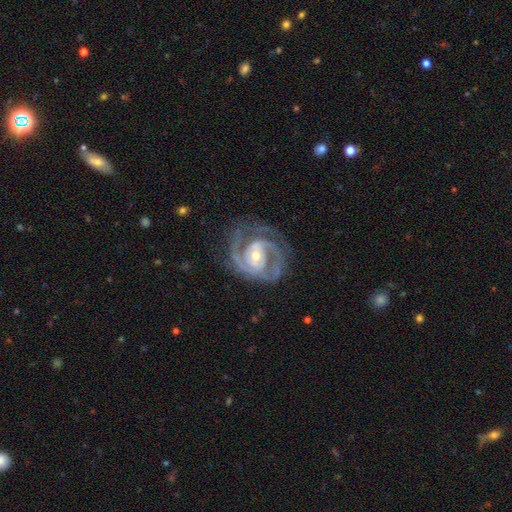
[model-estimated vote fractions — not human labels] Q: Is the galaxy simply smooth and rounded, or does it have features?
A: featured or disk — 92%.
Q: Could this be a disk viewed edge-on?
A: no — 98%.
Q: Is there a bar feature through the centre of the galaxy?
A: no — 51%.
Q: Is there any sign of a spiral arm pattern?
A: yes — 98%.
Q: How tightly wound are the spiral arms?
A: tight — 56%.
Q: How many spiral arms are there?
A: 2 — 54%.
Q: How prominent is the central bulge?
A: moderate — 57%.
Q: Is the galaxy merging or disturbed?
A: none — 70%.